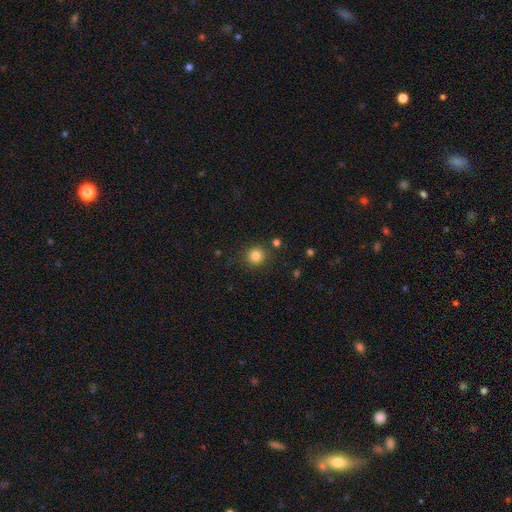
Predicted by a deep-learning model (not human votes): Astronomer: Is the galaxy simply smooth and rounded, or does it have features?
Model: smooth — 83%.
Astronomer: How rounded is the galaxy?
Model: round — 90%.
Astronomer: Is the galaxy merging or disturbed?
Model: none — 87%.